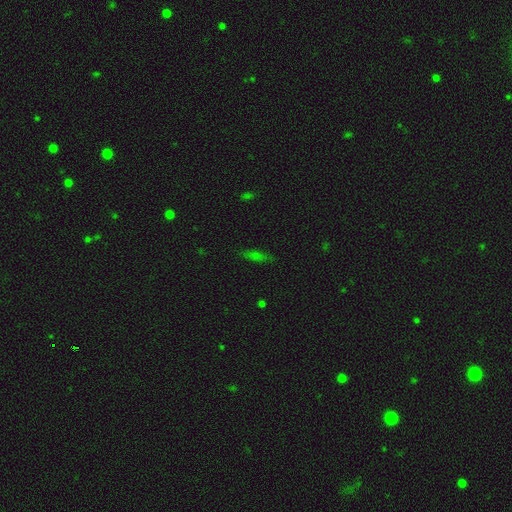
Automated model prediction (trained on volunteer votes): The model was most divided on "smooth or featured": smooth: 46%, featured or disk: 31%, star or artifact: 23%. More confident: merging — none (85%).